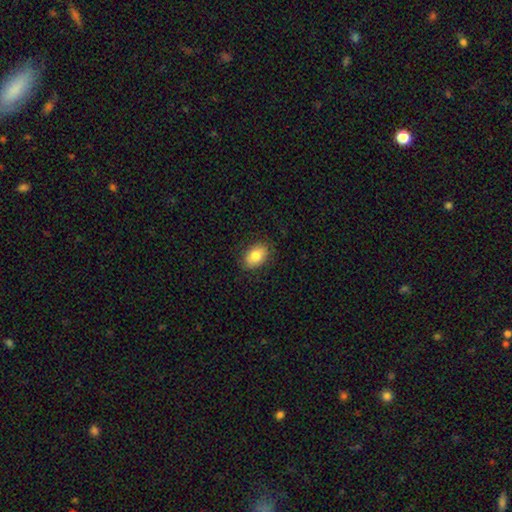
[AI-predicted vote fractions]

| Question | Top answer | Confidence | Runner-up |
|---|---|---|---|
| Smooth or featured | smooth | 82% | featured or disk (10%) |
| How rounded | in between | 83% | round (16%) |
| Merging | none | 86% | minor disturbance (10%) |